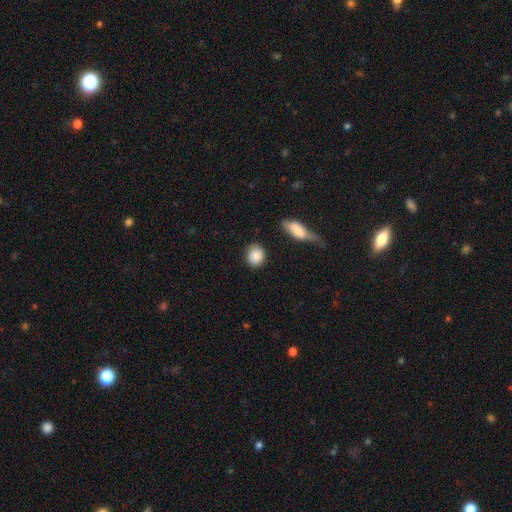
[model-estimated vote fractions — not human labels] Smooth or featured?
  - smooth: 87% *
  - star or artifact: 7%
  - featured or disk: 6%
How rounded?
  - round: 73% *
  - in between: 25%
  - cigar-shaped: 2%
Merging?
  - none: 79% *
  - minor disturbance: 14%
  - merger: 4%
  - major disturbance: 4%